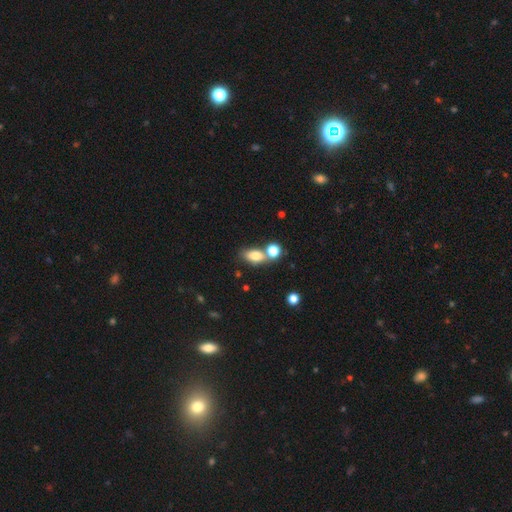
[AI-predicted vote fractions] Morphology: type=smooth (79%); roundness=in between (80%); merging=none (49%).